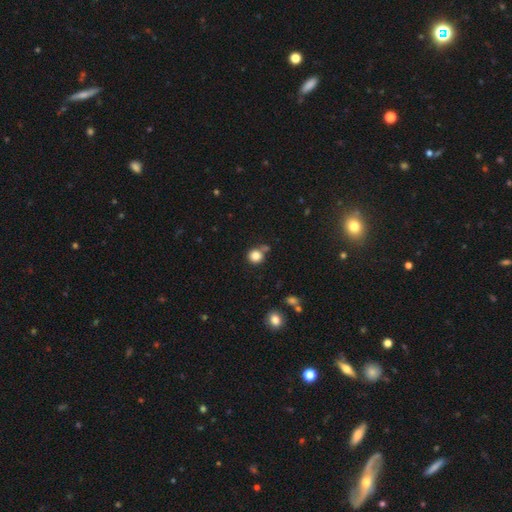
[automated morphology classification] Q: Smooth or featured?
A: smooth (84%); runner-up: star or artifact (11%)
Q: How rounded?
A: round (90%); runner-up: in between (9%)
Q: Merging?
A: none (69%); runner-up: merger (14%)